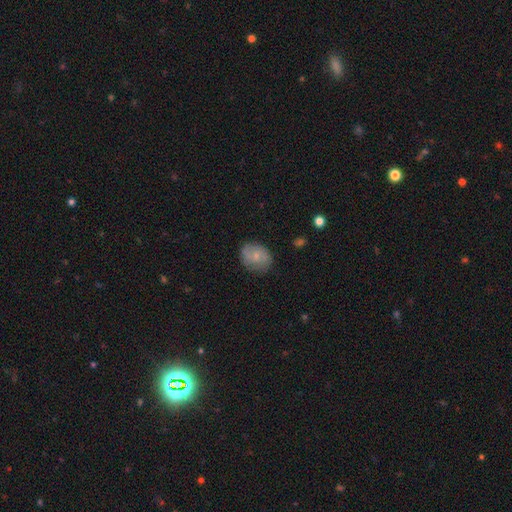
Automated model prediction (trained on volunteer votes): A smooth galaxy with no disk features (63%) that is round (55%).

Vote fractions:
- Smooth or featured? smooth: 63% / featured or disk: 29% / star or artifact: 8%
- How rounded? round: 55% / in between: 44% / cigar-shaped: 1%
- Merging? none: 75% / minor disturbance: 19% / major disturbance: 5% / merger: 1%